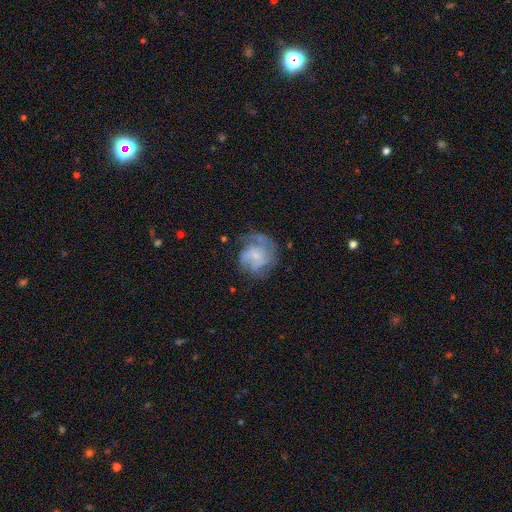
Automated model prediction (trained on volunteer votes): The model was most divided on "spiral winding": medium: 41%, tight: 40%, loose: 20%. Remaining: edge-on disk — no (98%); spiral arms — yes (80%); smooth or featured — featured or disk (66%); bar — no (62%); bulge size — small (58%); merging — none (52%); spiral arm count — can't tell (39%).